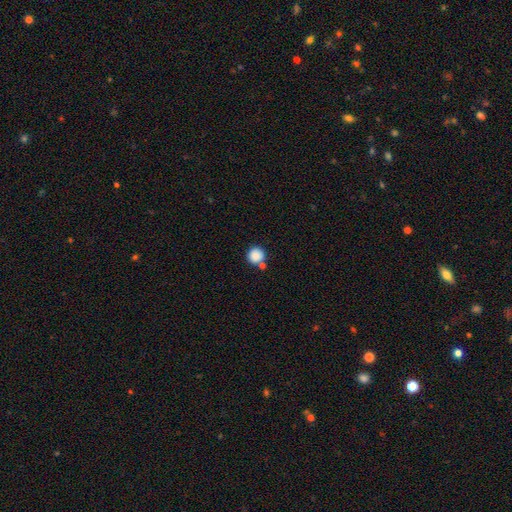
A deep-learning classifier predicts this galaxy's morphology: Smooth or featured? smooth (87%)
How rounded? round (94%)
Merging? none (72%)